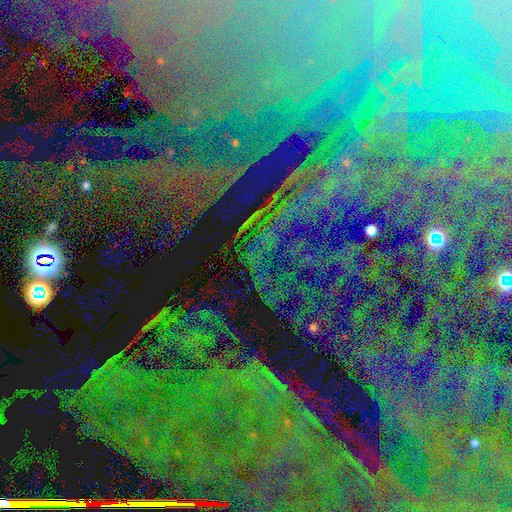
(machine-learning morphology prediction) smooth-or-featured: star or artifact: 84% | featured or disk: 9% | smooth: 7%